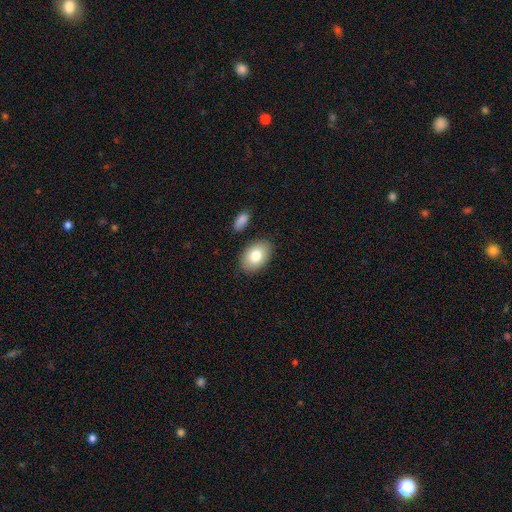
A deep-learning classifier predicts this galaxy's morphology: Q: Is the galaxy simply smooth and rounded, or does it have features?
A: smooth — 79%.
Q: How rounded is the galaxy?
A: in between — 87%.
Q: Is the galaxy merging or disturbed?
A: none — 85%.